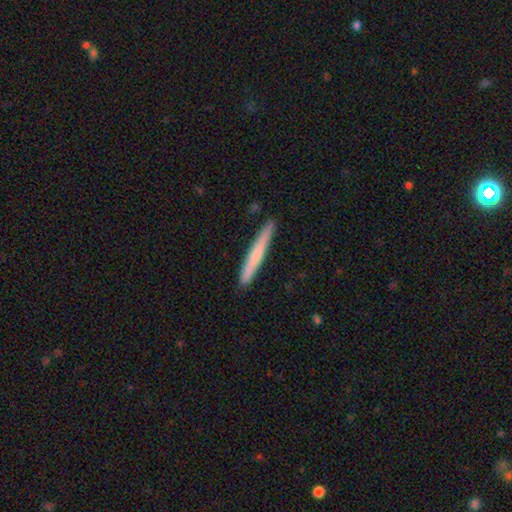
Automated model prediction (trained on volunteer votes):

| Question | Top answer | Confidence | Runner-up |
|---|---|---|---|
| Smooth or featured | smooth | 62% | featured or disk (33%) |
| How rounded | cigar-shaped | 97% | in between (2%) |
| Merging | none | 90% | minor disturbance (7%) |